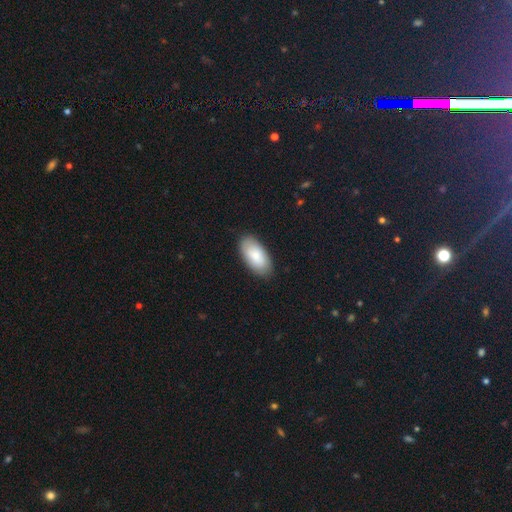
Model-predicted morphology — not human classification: Smooth or featured?
  - smooth: 79% *
  - featured or disk: 15%
  - star or artifact: 6%
How rounded?
  - in between: 94% *
  - cigar-shaped: 3%
  - round: 2%
Merging?
  - none: 86% *
  - minor disturbance: 11%
  - major disturbance: 2%
  - merger: 1%